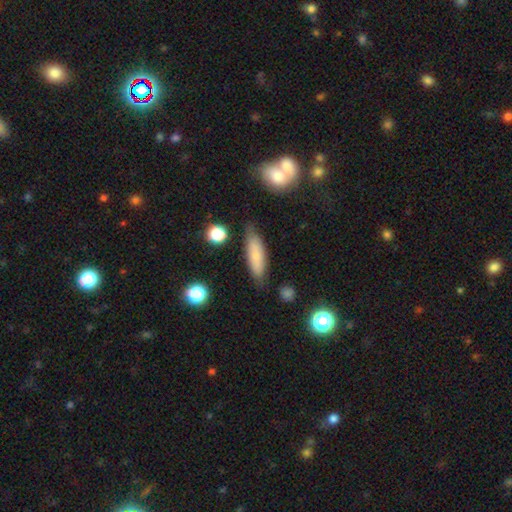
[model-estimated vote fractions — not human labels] smooth-or-featured: smooth: 73% | featured or disk: 20% | star or artifact: 7%
  how-rounded: cigar-shaped: 55% | in between: 42% | round: 2%
  merging: none: 76% | minor disturbance: 17% | major disturbance: 4% | merger: 4%